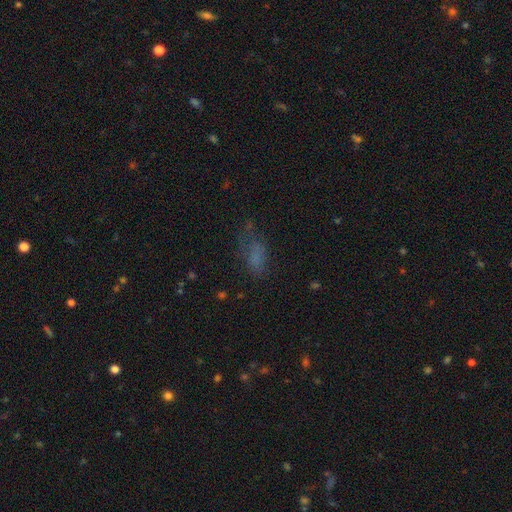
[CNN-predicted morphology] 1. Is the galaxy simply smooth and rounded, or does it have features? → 65% smooth, 19% star or artifact, 17% featured or disk.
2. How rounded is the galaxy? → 83% in between, 12% cigar-shaped, 6% round.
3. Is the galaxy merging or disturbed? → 46% none, 26% minor disturbance, 24% major disturbance, 3% merger.